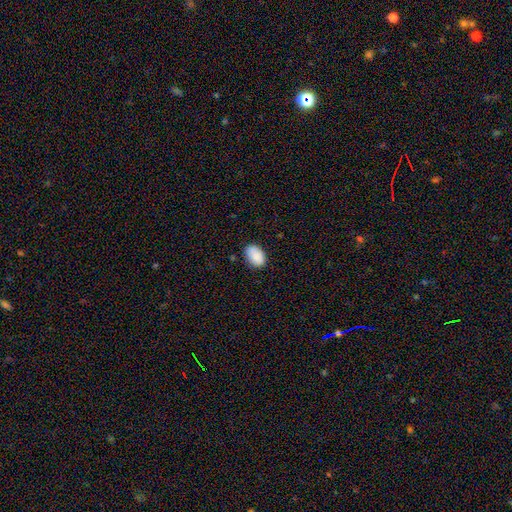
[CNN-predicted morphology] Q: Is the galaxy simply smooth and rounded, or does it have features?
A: smooth — 88%.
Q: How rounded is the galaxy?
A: in between — 87%.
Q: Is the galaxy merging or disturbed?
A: none — 77%.